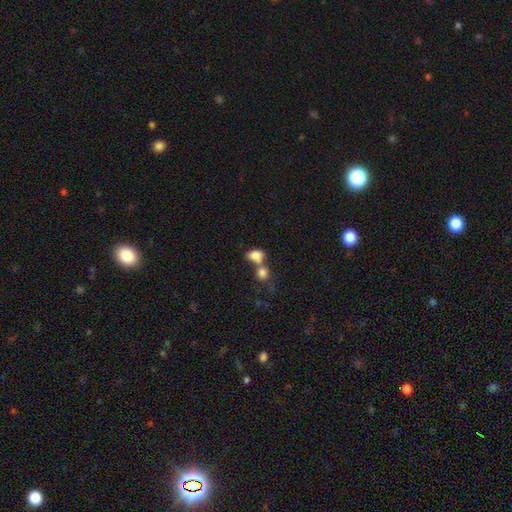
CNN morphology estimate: Smooth or featured? smooth (81%)
How rounded? in between (66%)
Merging? merger (57%)